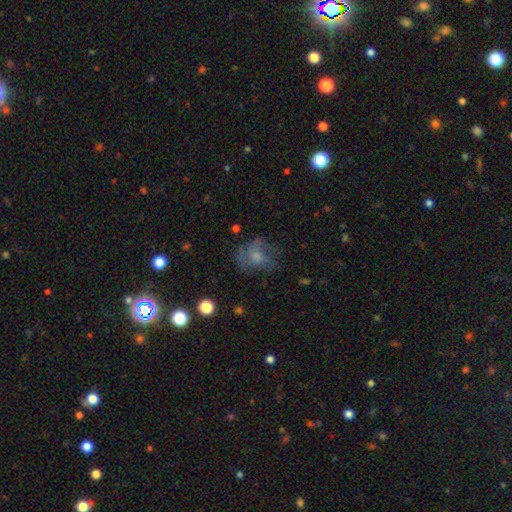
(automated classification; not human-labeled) The model was most divided on "smooth or featured": featured or disk: 46%, smooth: 41%, star or artifact: 13%. More confident: merging — none (51%).